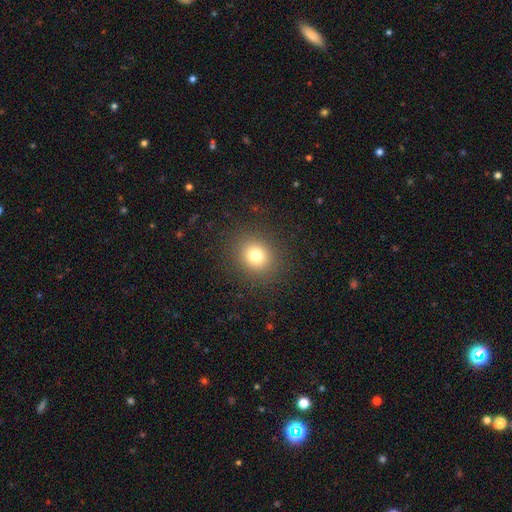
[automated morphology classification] Smooth or featured? Predicted: smooth (p=0.78). How rounded? Predicted: round (p=0.80). Merging? Predicted: none (p=0.89).